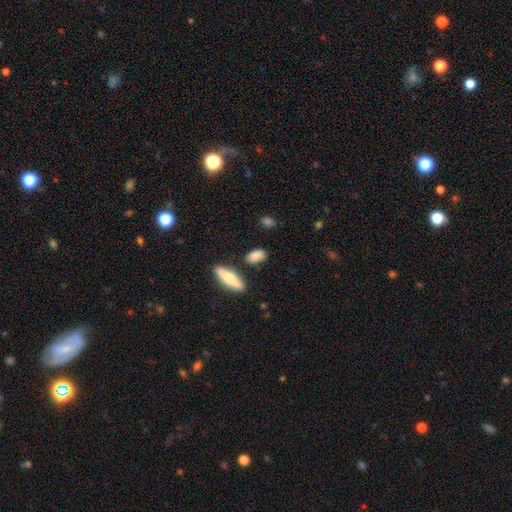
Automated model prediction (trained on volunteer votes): smooth 83%, featured or disk 10%, star or artifact 7%. Down the decision tree: how rounded — in between (82%); merging — none (80%).